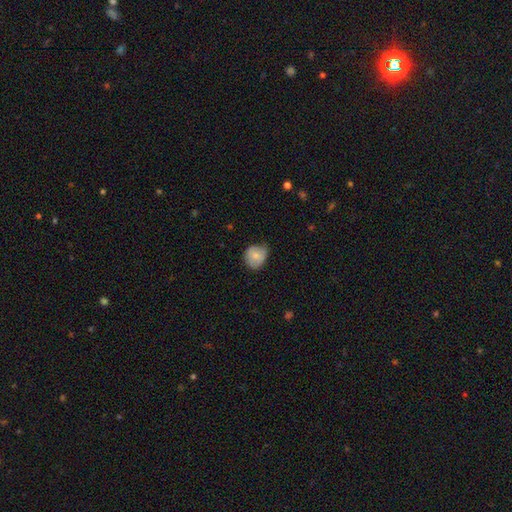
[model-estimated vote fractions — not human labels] Morphology: type=smooth (74%); roundness=round (70%); merging=none (58%).